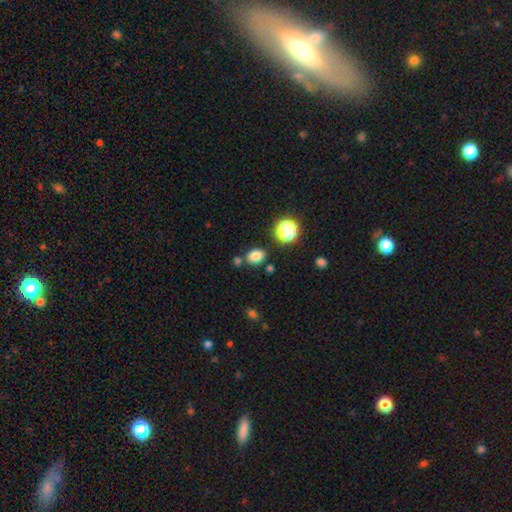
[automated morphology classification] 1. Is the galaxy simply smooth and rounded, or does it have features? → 81% smooth, 14% star or artifact, 5% featured or disk.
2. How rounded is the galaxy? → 64% in between, 35% round, 1% cigar-shaped.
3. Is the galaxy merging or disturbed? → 77% none, 11% minor disturbance, 9% merger, 3% major disturbance.